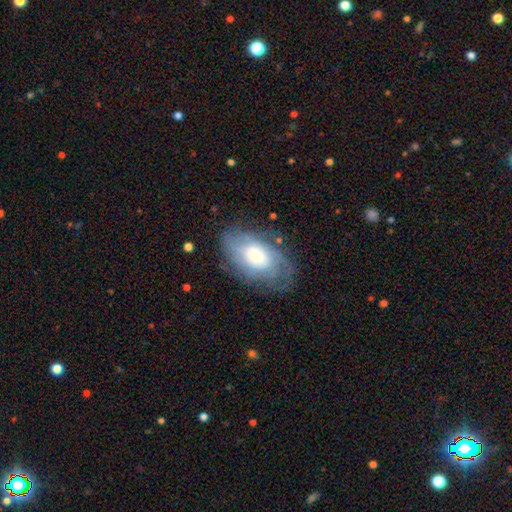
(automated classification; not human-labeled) featured or disk 55%, smooth 37%, star or artifact 7%. Down the decision tree: edge-on disk — no (93%); bar — no (79%); spiral arms — yes (72%); bulge size — moderate (38%); merging — none (66%).